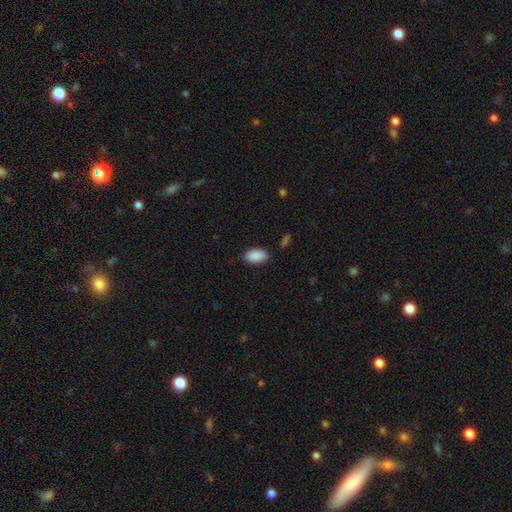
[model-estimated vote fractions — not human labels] Morphology: type=smooth (90%); roundness=in between (94%); merging=none (85%).